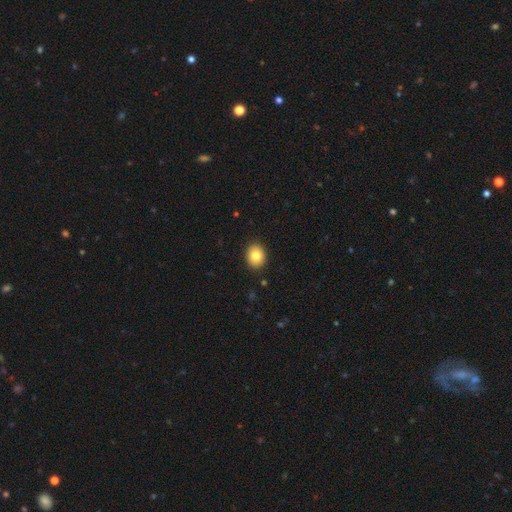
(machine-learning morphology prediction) smooth_or_featured: smooth (p=0.83) [alt: star or artifact p=0.09]
how_rounded: round (p=0.52) [alt: in between p=0.47]
merging: none (p=0.90) [alt: minor disturbance p=0.07]